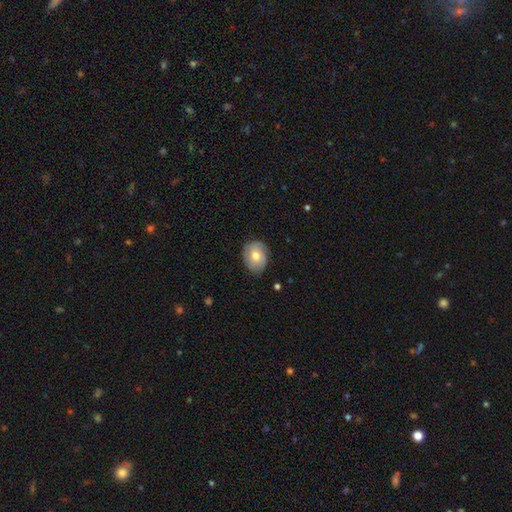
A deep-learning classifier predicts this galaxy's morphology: A smooth galaxy with no disk features (54%) that is in between round and cigar-shaped (61%).

Vote fractions:
- Smooth or featured? smooth: 54% / featured or disk: 39% / star or artifact: 7%
- How rounded? in between: 61% / round: 38% / cigar-shaped: 1%
- Merging? none: 75% / minor disturbance: 20% / major disturbance: 4% / merger: 1%